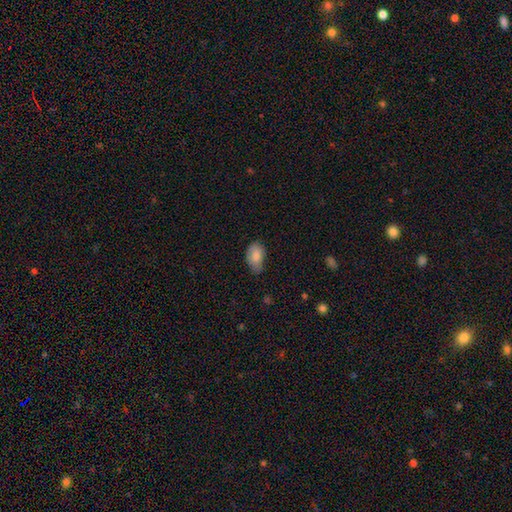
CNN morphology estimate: Smooth or featured? smooth (83%)
How rounded? in between (90%)
Merging? none (50%)